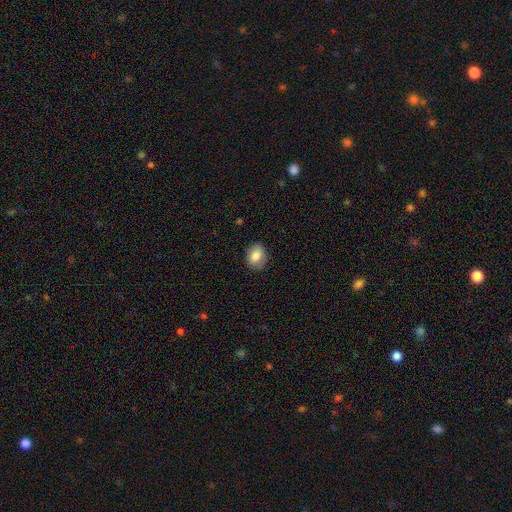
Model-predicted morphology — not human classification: A smooth galaxy with no disk features (83%) that is in between round and cigar-shaped (58%). Merging: none (84%).